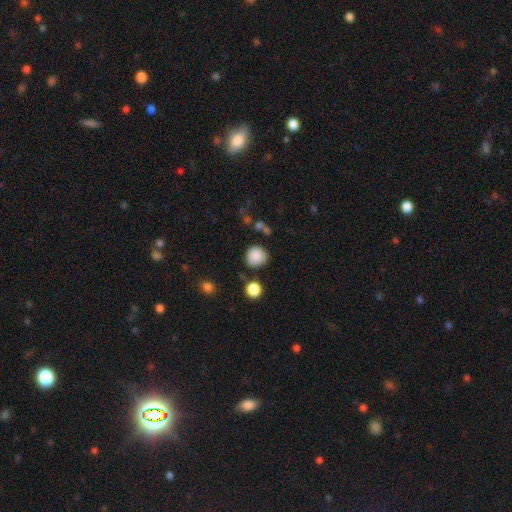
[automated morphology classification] type=smooth (86%); roundness=round (89%); merging=none (78%).